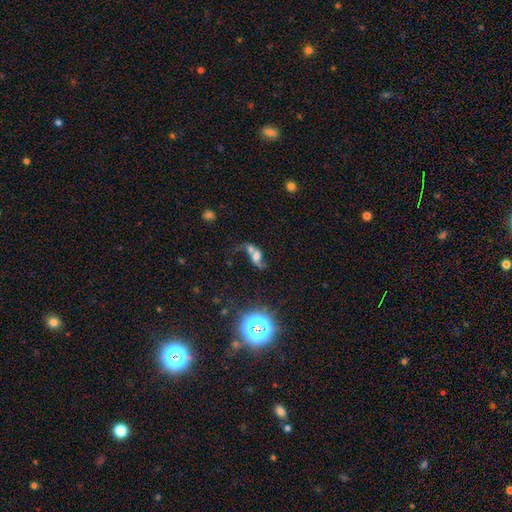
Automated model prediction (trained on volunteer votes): smooth-or-featured: featured or disk: 44% | smooth: 38% | star or artifact: 18%
  merging: merger: 56% | none: 22% | major disturbance: 13% | minor disturbance: 10%